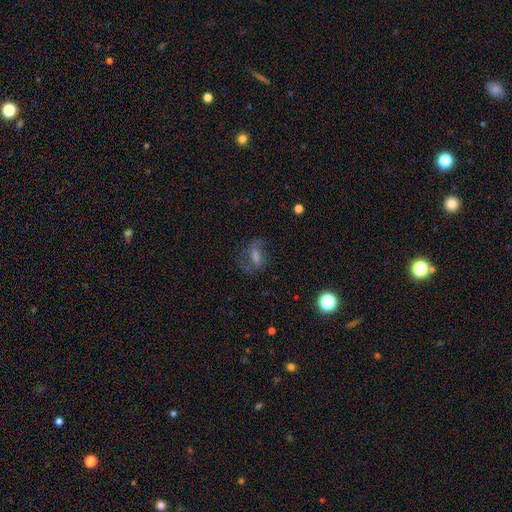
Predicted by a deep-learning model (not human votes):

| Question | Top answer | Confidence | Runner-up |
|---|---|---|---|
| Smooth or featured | featured or disk | 54% | smooth (26%) |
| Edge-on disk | no | 91% | yes (9%) |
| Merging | none | 64% | minor disturbance (18%) |